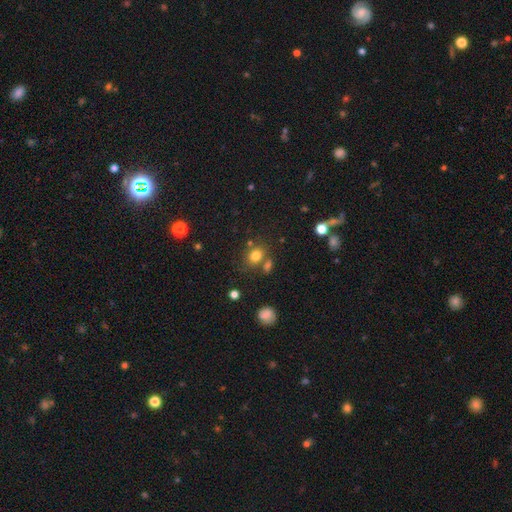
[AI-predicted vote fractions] This is likely a smooth galaxy (77%). How rounded: possibly round (50%). Merging: likely none (62%).